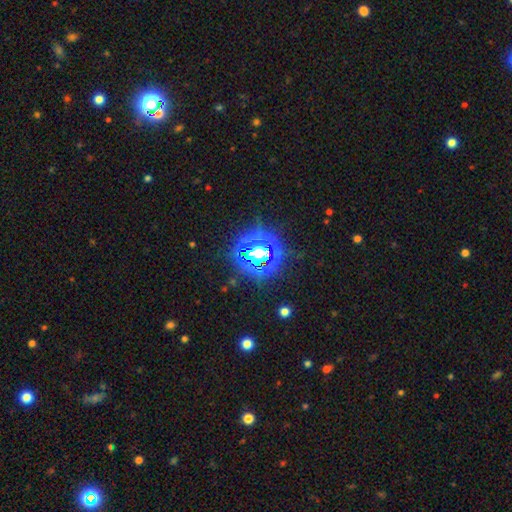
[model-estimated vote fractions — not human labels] Smooth or featured?
  - star or artifact: 72% *
  - smooth: 17%
  - featured or disk: 11%